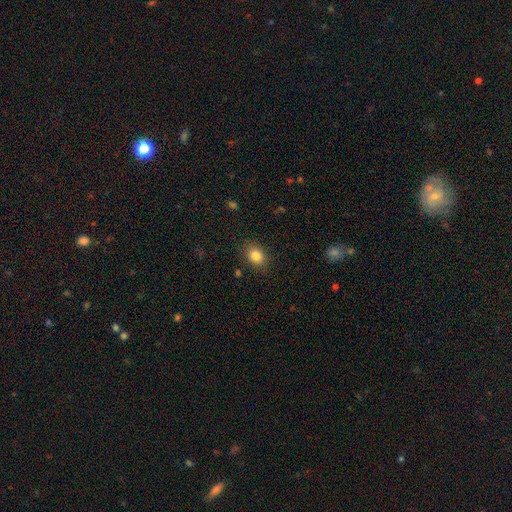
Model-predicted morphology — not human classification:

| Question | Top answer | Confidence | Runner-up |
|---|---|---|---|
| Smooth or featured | smooth | 84% | star or artifact (10%) |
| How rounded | in between | 58% | round (41%) |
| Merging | none | 86% | minor disturbance (10%) |